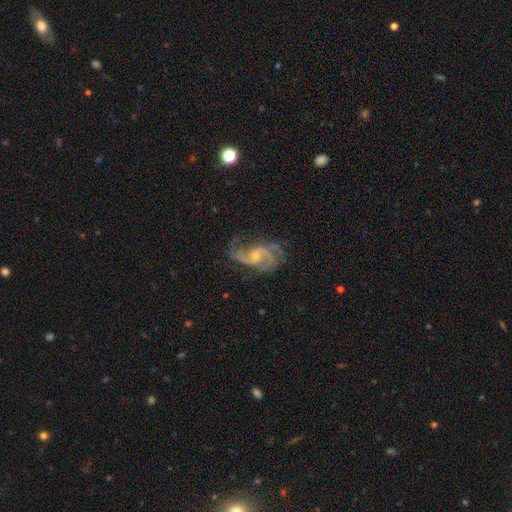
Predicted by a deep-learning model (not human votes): smooth-or-featured: featured or disk: 89% | star or artifact: 6% | smooth: 5%
  disk-edge-on: no: 97% | yes: 3%
    bar: no: 54% | weak: 37% | strong: 9%
    has-spiral-arms: yes: 97% | no: 3%
      spiral-winding: medium: 53% | loose: 25% | tight: 22%
      spiral-arm-count: 2: 49% | 3: 27% | can't tell: 9% | 4: 6% | 1: 5% | more than 4: 4%
    bulge-size: small: 61% | moderate: 34% | none: 3% | large: 1% | dominant: 1%
  merging: none: 66% | minor disturbance: 20% | major disturbance: 12% | merger: 2%